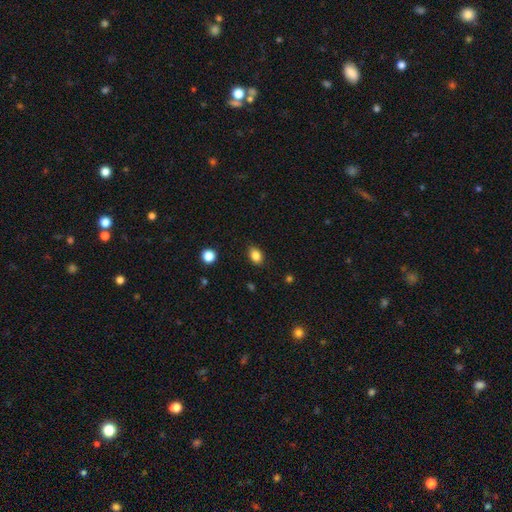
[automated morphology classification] type=smooth (84%); roundness=in between (72%); merging=none (85%).